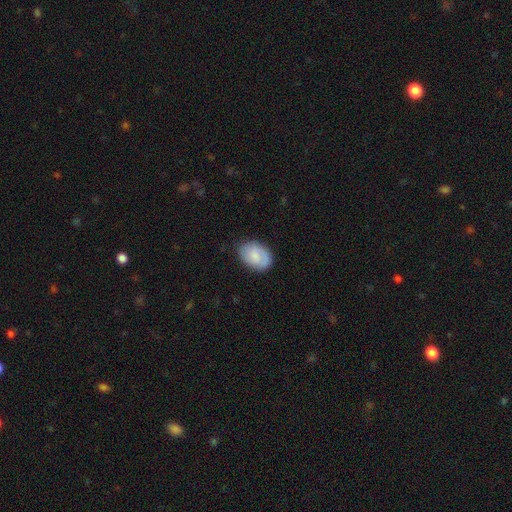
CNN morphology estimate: smooth_or_featured: smooth (p=0.74) [alt: featured or disk p=0.20]
how_rounded: in between (p=0.83) [alt: round p=0.16]
merging: none (p=0.80) [alt: minor disturbance p=0.16]